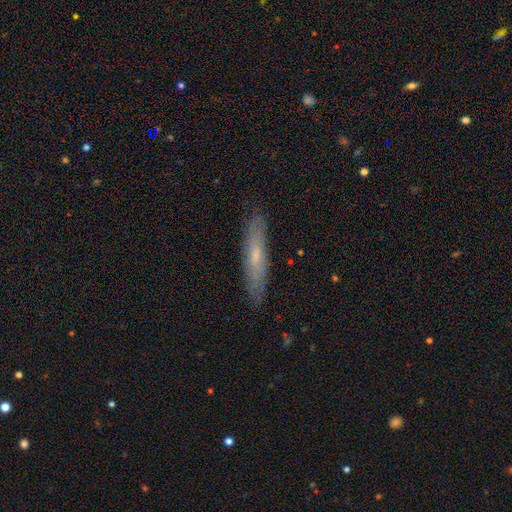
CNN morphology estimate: type=smooth (49%); merging=none (85%).